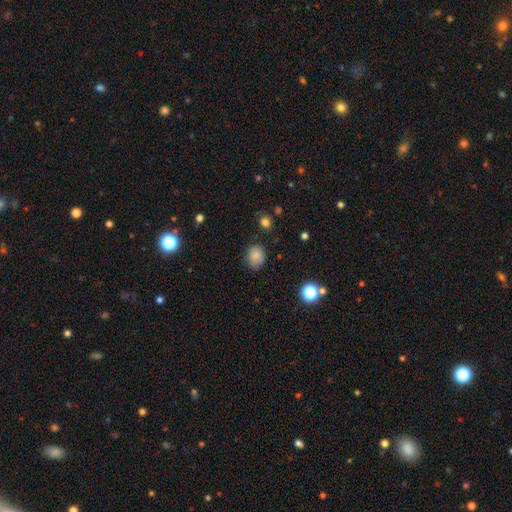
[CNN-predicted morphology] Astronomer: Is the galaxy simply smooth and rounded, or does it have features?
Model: smooth — 84%.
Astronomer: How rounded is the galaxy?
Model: round — 55% (runner-up: in between, 44%).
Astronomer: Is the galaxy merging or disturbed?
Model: none — 78%.